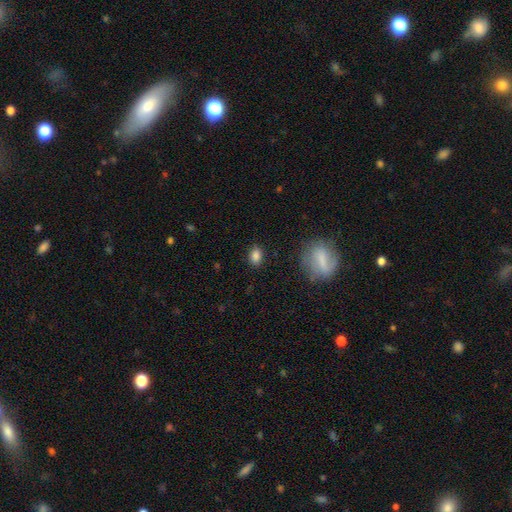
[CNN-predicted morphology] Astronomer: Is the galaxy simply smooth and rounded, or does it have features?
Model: smooth — 85%.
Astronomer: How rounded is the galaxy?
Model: in between — 79%.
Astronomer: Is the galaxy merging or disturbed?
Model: none — 85%.